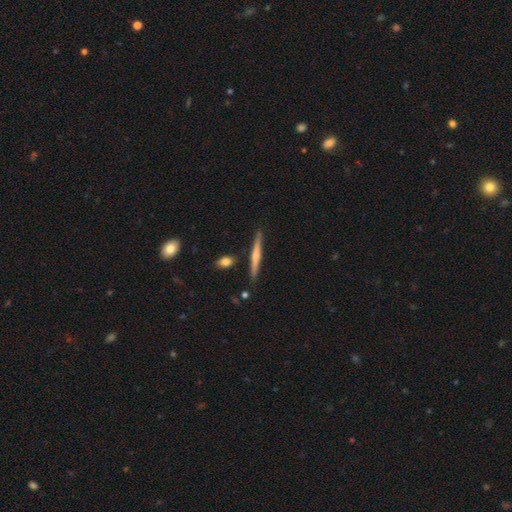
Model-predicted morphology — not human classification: This is likely a featured or disk galaxy (64%). It is clearly viewed edge-on (98%). Edge-on bulge: likely rounded (72%). Merging: clearly none (88%).